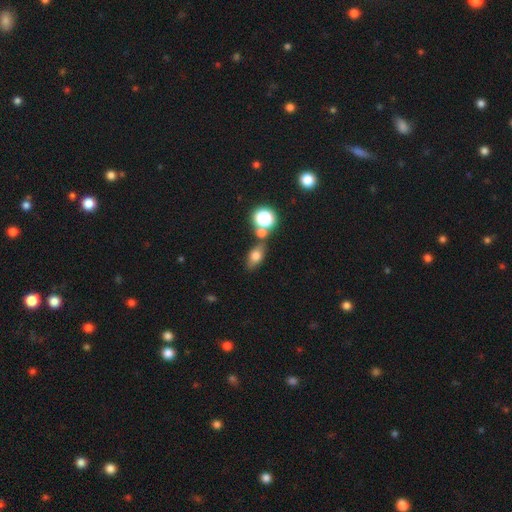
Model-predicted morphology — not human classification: smooth 68%, featured or disk 17%, star or artifact 16%. Down the decision tree: how rounded — in between (71%); merging — none (63%).